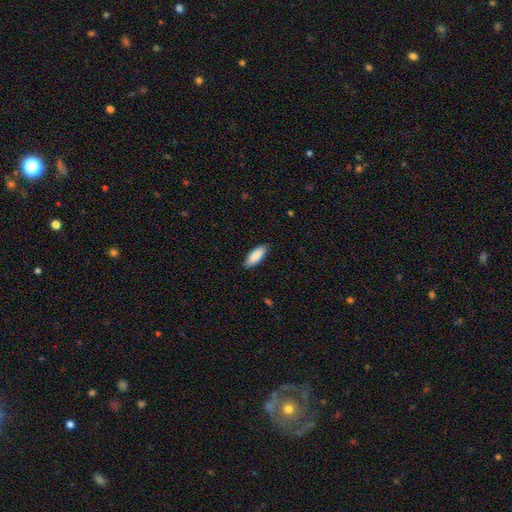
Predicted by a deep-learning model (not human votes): Smooth or featured: smooth — 89% (featured or disk — 6%)
How rounded: in between — 67% (cigar-shaped — 32%)
Merging: none — 88% (minor disturbance — 9%)